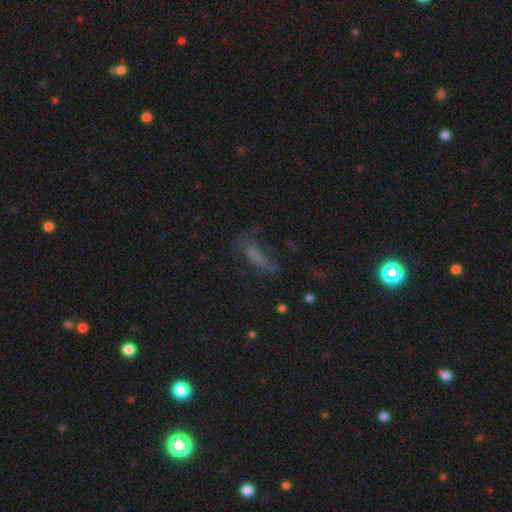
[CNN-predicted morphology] A smooth galaxy with no disk features (54%) that is in between round and cigar-shaped (48%). Merging: none (49%).